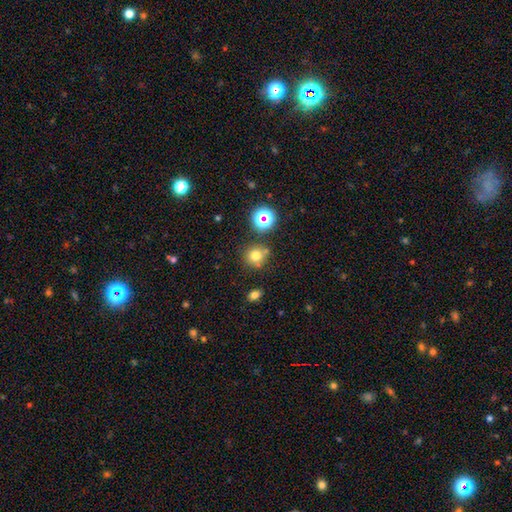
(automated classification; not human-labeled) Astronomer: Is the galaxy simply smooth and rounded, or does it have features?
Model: smooth — 71%.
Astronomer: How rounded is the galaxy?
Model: round — 89%.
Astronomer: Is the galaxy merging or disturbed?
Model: none — 71%.